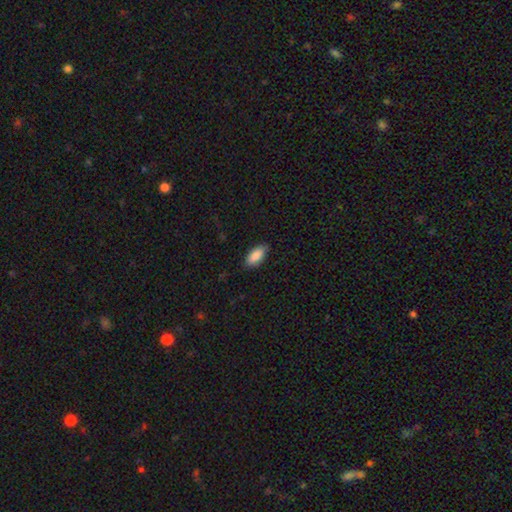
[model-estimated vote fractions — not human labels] This is clearly a smooth galaxy (89%). How rounded: clearly in between (90%). Merging: clearly none (84%).